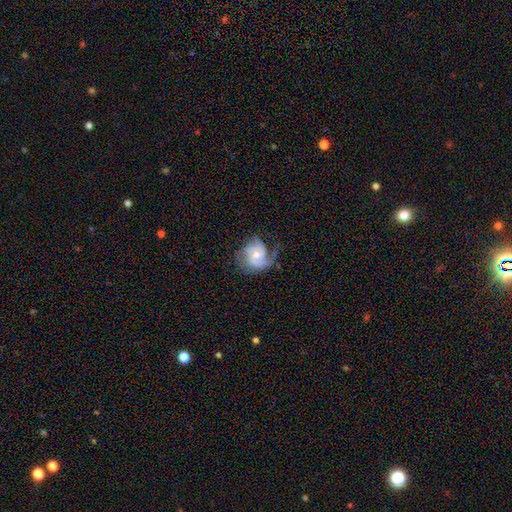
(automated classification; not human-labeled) Smooth or featured? featured or disk (76%)
Edge-on disk? no (98%)
Bar? no (72%)
Spiral arms? yes (92%)
Spiral winding? medium (41%)
Spiral arm count? 2 (39%)
Bulge size? moderate (51%)
Merging? none (51%)